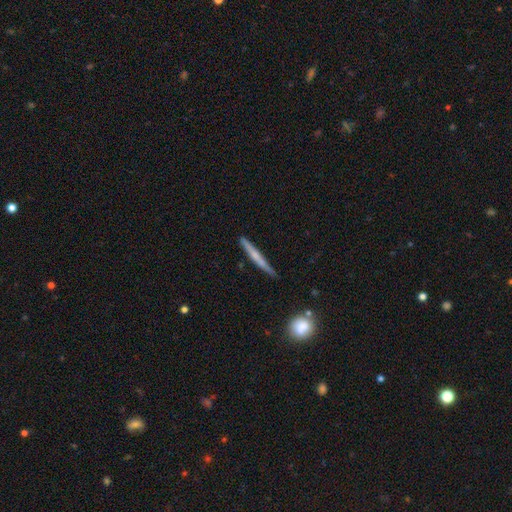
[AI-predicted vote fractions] featured or disk 48%, smooth 46%, star or artifact 6%. Down the decision tree: merging — none (85%).